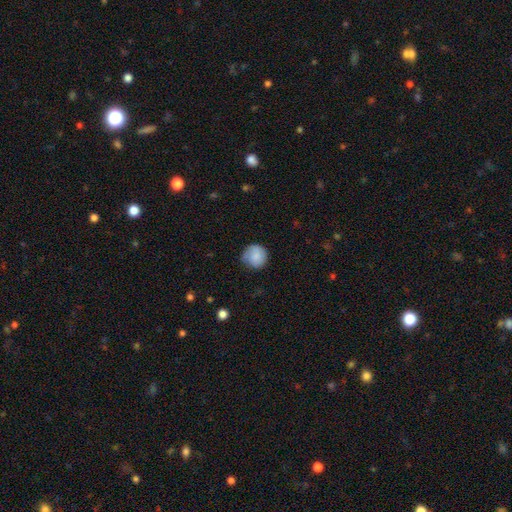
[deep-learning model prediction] smooth_or_featured: smooth (p=0.82) [alt: featured or disk p=0.11]
how_rounded: round (p=0.92) [alt: in between p=0.07]
merging: none (p=0.73) [alt: minor disturbance p=0.21]